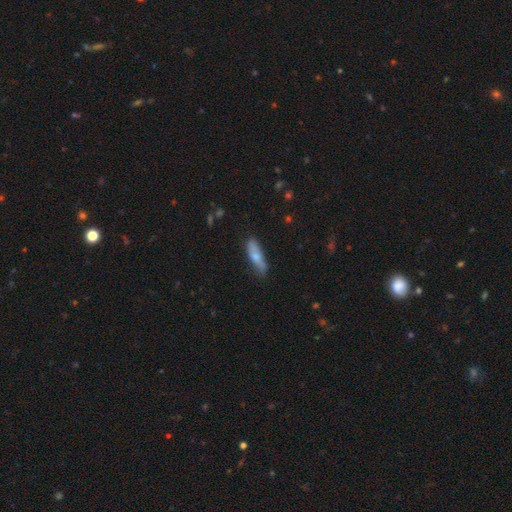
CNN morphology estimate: Smooth or featured? smooth (70%)
How rounded? cigar-shaped (54%)
Merging? none (62%)